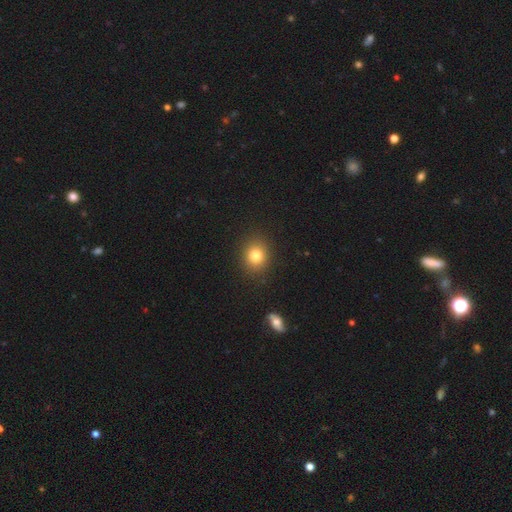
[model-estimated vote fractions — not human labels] smooth_or_featured: smooth (p=0.81) [alt: star or artifact p=0.12]
how_rounded: round (p=0.69) [alt: in between p=0.30]
merging: none (p=0.89) [alt: minor disturbance p=0.07]